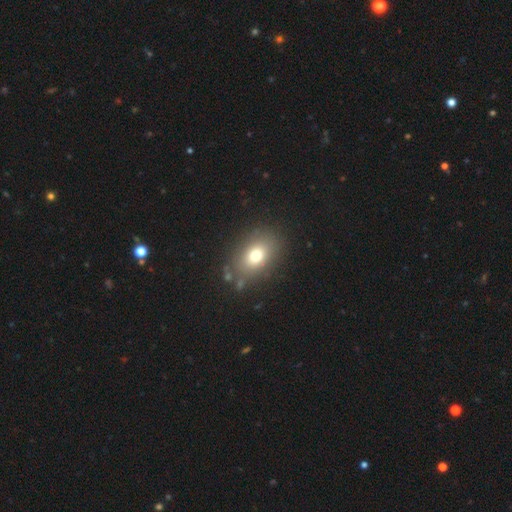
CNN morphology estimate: Smooth or featured: smooth — 74% (featured or disk — 14%)
How rounded: in between — 74% (round — 25%)
Merging: none — 81% (minor disturbance — 11%)